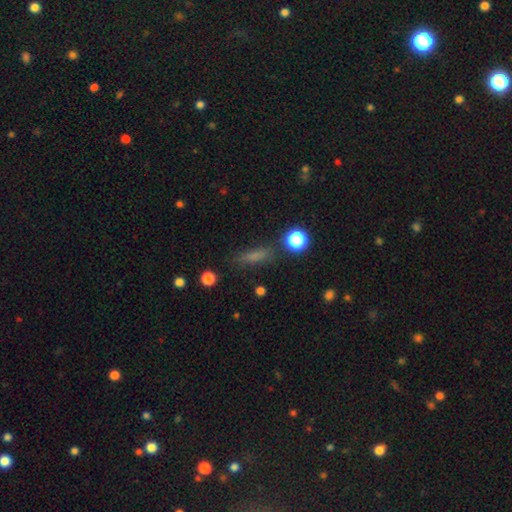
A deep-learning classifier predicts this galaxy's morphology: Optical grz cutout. It shows a smooth galaxy with no disk features (72%) that is cigar-shaped (62%). Merging: none (77%).